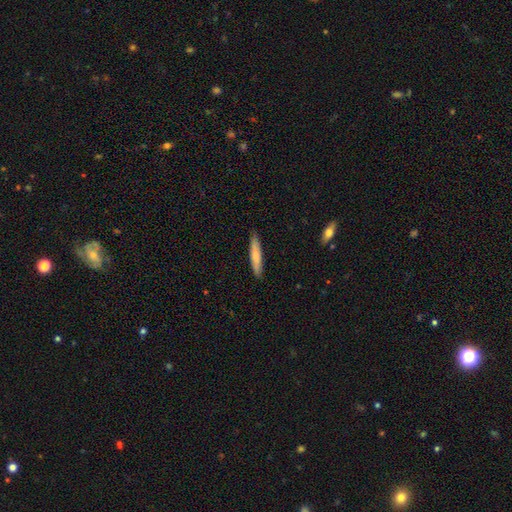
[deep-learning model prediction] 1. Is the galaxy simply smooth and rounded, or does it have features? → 74% smooth, 20% featured or disk, 5% star or artifact.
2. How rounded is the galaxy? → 90% cigar-shaped, 9% in between, 1% round.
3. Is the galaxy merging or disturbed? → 88% none, 9% minor disturbance, 2% major disturbance, 1% merger.